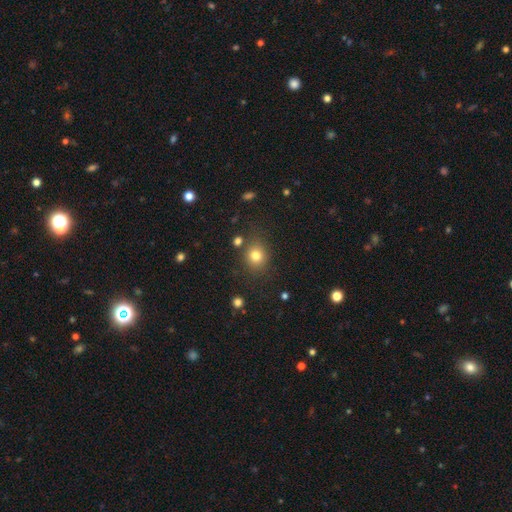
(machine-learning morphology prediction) type=smooth (79%); roundness=round (76%); merging=none (79%).